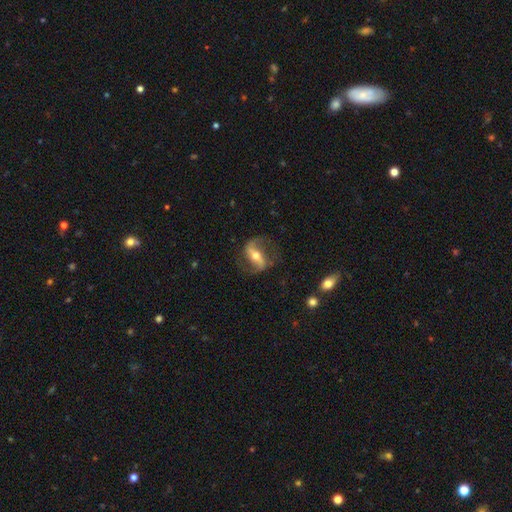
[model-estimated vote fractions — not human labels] A featured or disk galaxy (85%) with a strong bar (60%), 2 (91%) loose (56%) spiral arms (93%) and a moderate central bulge (62%).

Vote fractions:
- Smooth or featured? featured or disk: 85% / smooth: 9% / star or artifact: 6%
- Edge-on disk? no: 92% / yes: 8%
- Bar? strong: 60% / weak: 25% / no: 15%
- Spiral arms? yes: 93% / no: 7%
- Spiral winding? loose: 56% / medium: 35% / tight: 9%
- Spiral arm count? 2: 91% / 1: 3% / can't tell: 3% / 3: 1% / 4: 1% / more than 4: 1%
- Bulge size? moderate: 62% / small: 31% / large: 4% / none: 1% / dominant: 1%
- Merging? none: 75% / minor disturbance: 14% / major disturbance: 9% / merger: 2%